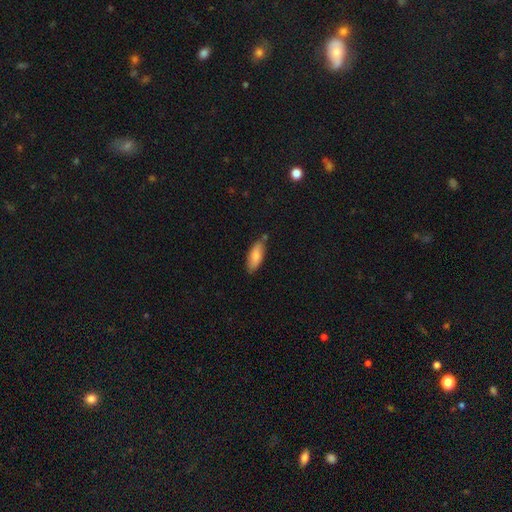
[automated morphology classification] Q: Smooth or featured?
A: smooth (81%); runner-up: featured or disk (13%)
Q: How rounded?
A: in between (71%); runner-up: cigar-shaped (27%)
Q: Merging?
A: none (76%); runner-up: minor disturbance (17%)